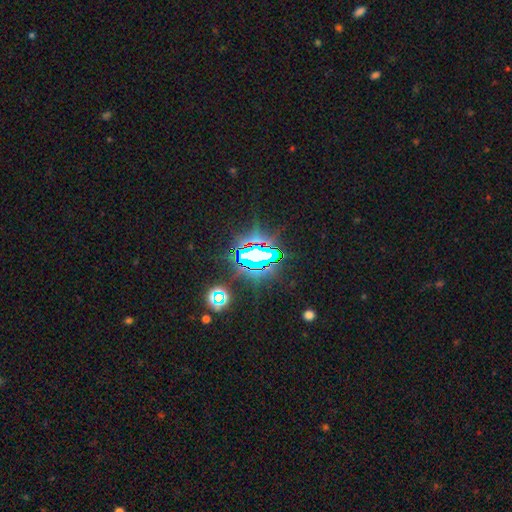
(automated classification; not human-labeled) star or artifact 77%, featured or disk 12%, smooth 11%.